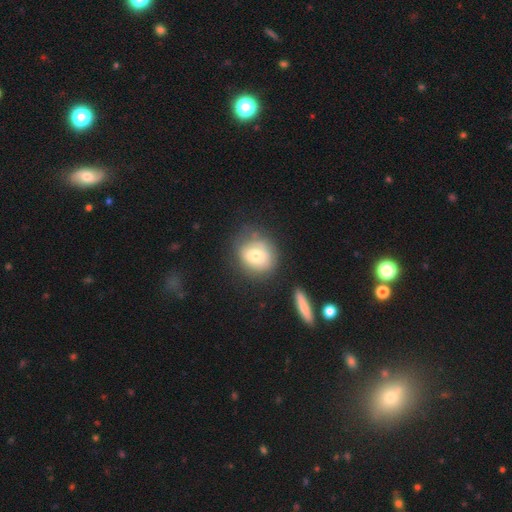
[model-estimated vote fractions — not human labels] Morphology: type=smooth (69%); roundness=round (77%); merging=none (67%).